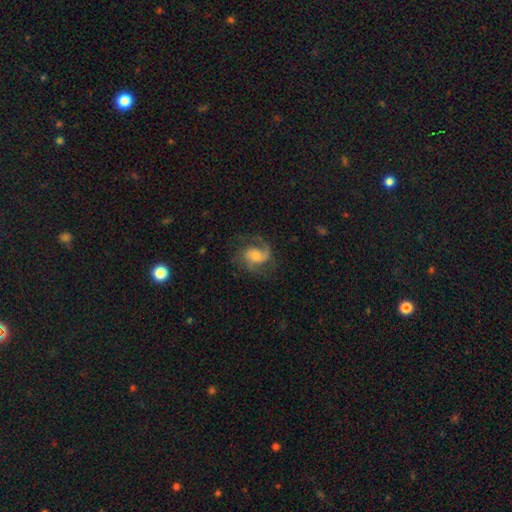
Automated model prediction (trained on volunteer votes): A featured or disk galaxy (82%) with no bar (54%), 2 (71%) medium (52%) spiral arms (96%) and a moderate central bulge (41%).

Vote fractions:
- Smooth or featured? featured or disk: 82% / smooth: 11% / star or artifact: 7%
- Edge-on disk? no: 98% / yes: 2%
- Bar? no: 54% / weak: 38% / strong: 8%
- Spiral arms? yes: 96% / no: 4%
- Spiral winding? medium: 52% / loose: 28% / tight: 20%
- Spiral arm count? 2: 71% / 1: 11% / 3: 8% / can't tell: 6% / 4: 2% / more than 4: 2%
- Bulge size? moderate: 41% / small: 35% / large: 12% / none: 11% / dominant: 2%
- Merging? none: 69% / minor disturbance: 17% / major disturbance: 13% / merger: 1%